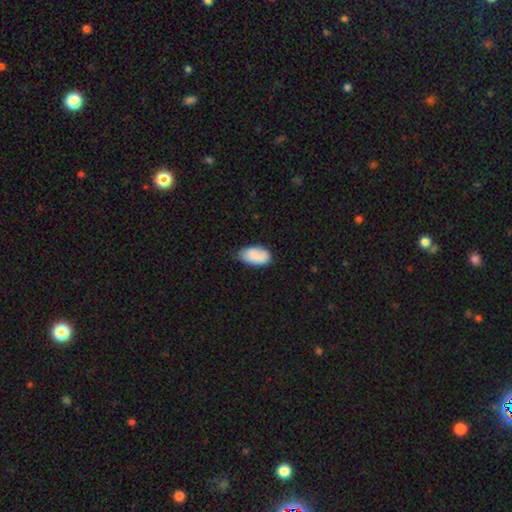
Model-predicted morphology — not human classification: Smooth or featured? smooth (84%)
How rounded? in between (94%)
Merging? none (65%)